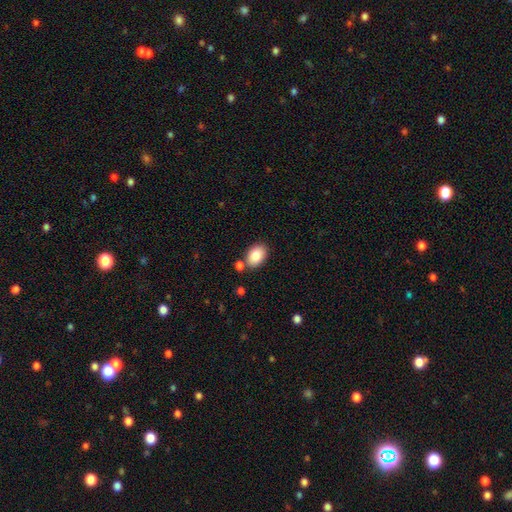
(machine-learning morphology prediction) Smooth or featured? Predicted: smooth (p=0.85). How rounded? Predicted: in between (p=0.87). Merging? Predicted: none (p=0.76).